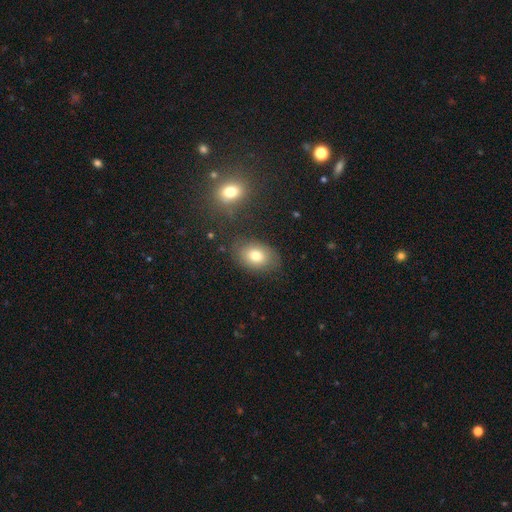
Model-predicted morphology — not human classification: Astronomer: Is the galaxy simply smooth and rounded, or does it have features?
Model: smooth — 76%.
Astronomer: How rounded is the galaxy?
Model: in between — 78%.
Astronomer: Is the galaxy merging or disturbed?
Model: none — 79%.